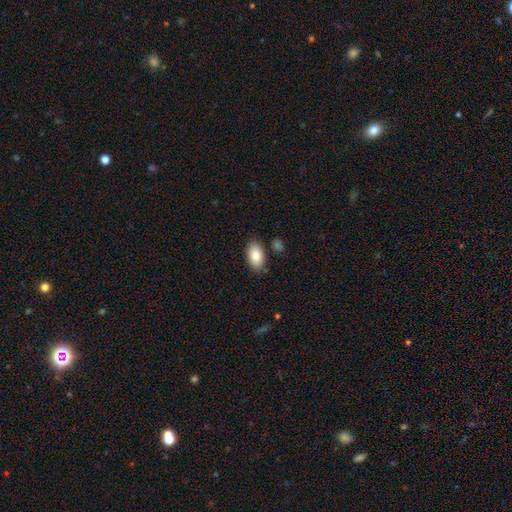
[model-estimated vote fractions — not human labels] Q: Smooth or featured?
A: smooth (84%); runner-up: featured or disk (9%)
Q: How rounded?
A: in between (94%); runner-up: round (4%)
Q: Merging?
A: none (83%); runner-up: minor disturbance (11%)